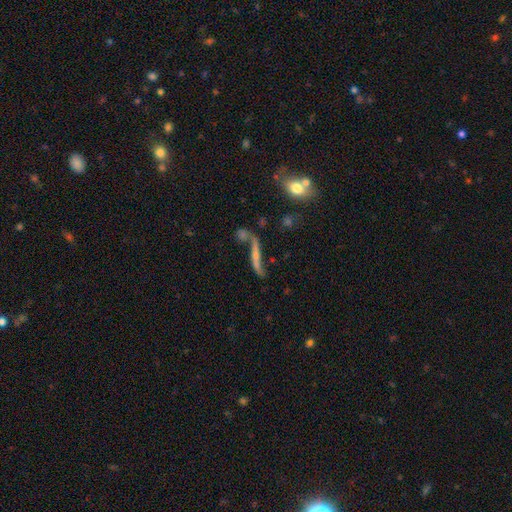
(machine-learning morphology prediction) Smooth or featured: featured or disk — 67% (smooth — 23%)
Edge-on disk: yes — 52% (no — 48%)
Merging: none — 45% (merger — 20%)